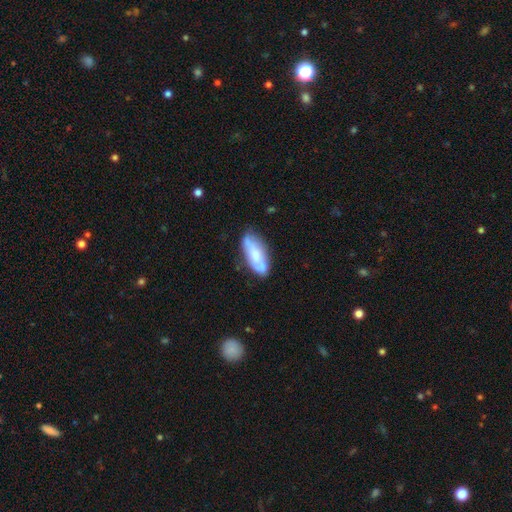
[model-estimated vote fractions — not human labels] smooth 50%, featured or disk 43%, star or artifact 6%. Down the decision tree: how rounded — in between (71%); merging — none (64%).